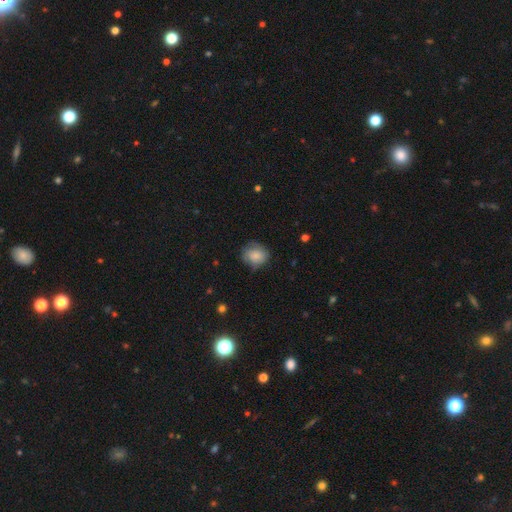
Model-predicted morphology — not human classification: A smooth galaxy with no disk features (77%) that is round (70%).

Vote fractions:
- Smooth or featured? smooth: 77% / featured or disk: 15% / star or artifact: 8%
- How rounded? round: 70% / in between: 29% / cigar-shaped: 1%
- Merging? none: 67% / minor disturbance: 25% / major disturbance: 7% / merger: 1%